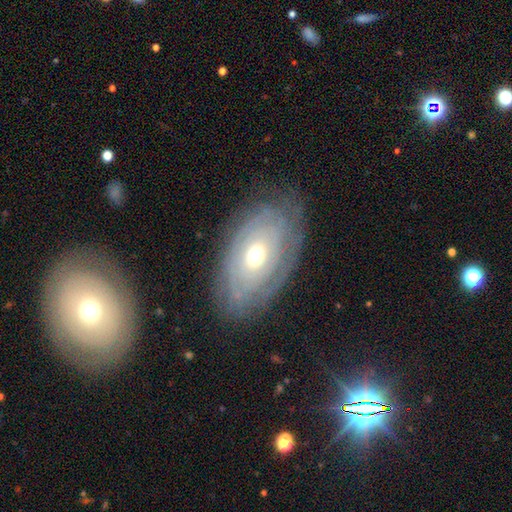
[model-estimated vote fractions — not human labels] A featured or disk galaxy (71%) with no bar (80%), spiral arms (70%) and a moderate central bulge (65%).

Vote fractions:
- Smooth or featured? featured or disk: 71% / smooth: 22% / star or artifact: 7%
- Edge-on disk? no: 92% / yes: 8%
- Bar? no: 80% / weak: 15% / strong: 5%
- Spiral arms? yes: 70% / no: 30%
- Bulge size? moderate: 65% / small: 29% / large: 5% / dominant: 1% / none: 1%
- Merging? none: 77% / minor disturbance: 17% / major disturbance: 6% / merger: 1%